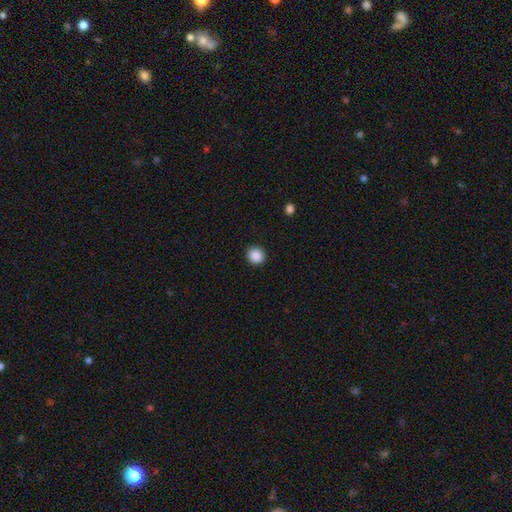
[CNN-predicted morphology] Smooth or featured? Predicted: smooth (p=0.89). How rounded? Predicted: round (p=0.86). Merging? Predicted: none (p=0.92).